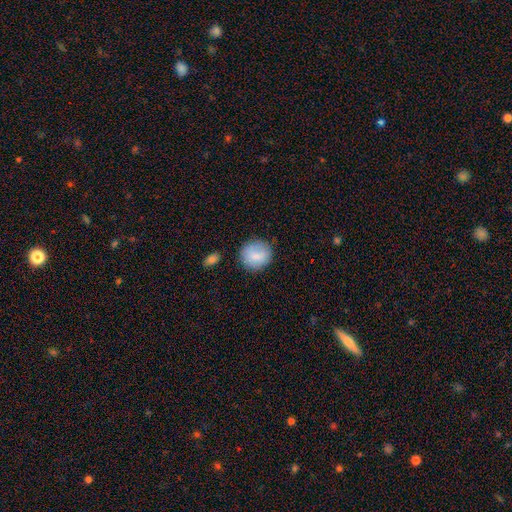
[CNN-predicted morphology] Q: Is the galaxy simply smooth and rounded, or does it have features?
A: smooth — 82%.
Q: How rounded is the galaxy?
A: round — 86%.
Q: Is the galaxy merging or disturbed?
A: none — 80%.